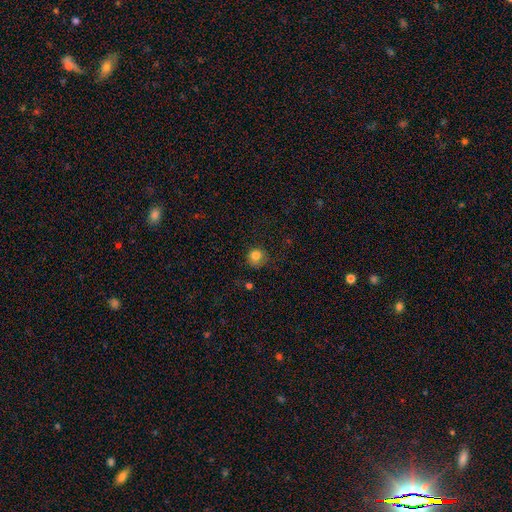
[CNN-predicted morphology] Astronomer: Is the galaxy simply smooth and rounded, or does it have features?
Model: smooth — 83%.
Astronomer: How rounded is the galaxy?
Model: round — 91%.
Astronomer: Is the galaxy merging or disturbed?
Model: none — 75%.